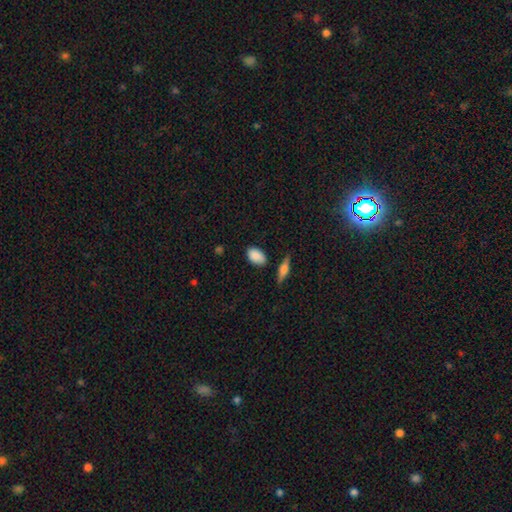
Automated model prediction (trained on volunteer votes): This appears to be a smooth galaxy with no disk features (86%) that is in between round and cigar-shaped (90%). Merging: none (77%).